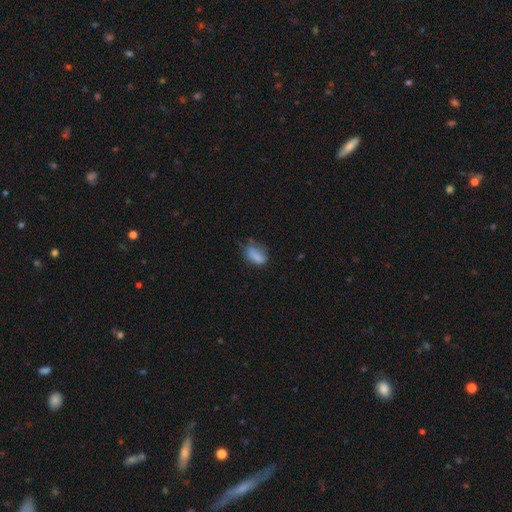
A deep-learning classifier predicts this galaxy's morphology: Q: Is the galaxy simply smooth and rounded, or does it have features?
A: smooth — 78%.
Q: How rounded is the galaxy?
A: in between — 84%.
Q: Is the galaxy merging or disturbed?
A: none — 48%.